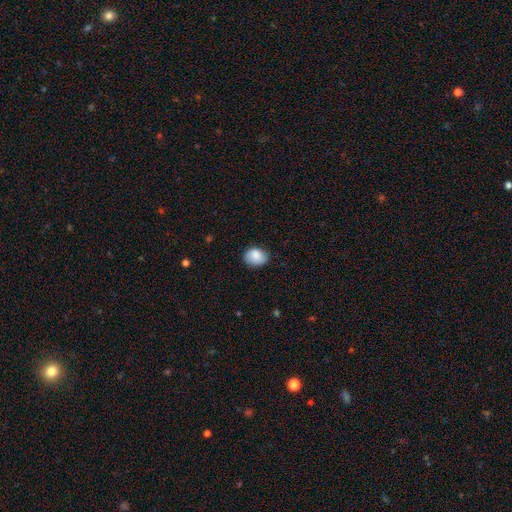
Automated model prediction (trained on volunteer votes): The model was most divided on "how rounded": in between: 60%, round: 39%, cigar-shaped: 1%. More confident: smooth or featured — smooth (84%); merging — none (78%).